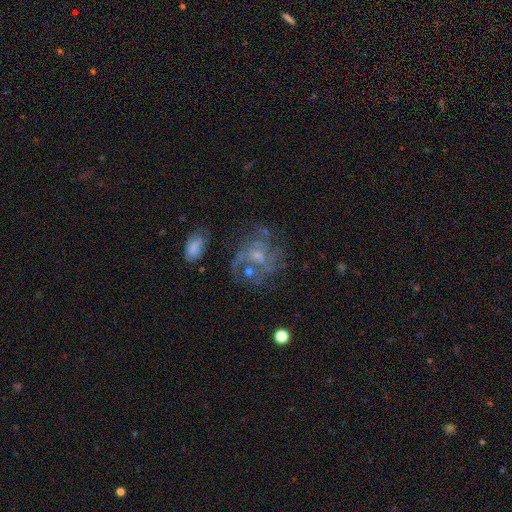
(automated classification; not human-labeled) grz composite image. It shows a featured or disk galaxy (69%) with no bar (65%), spiral arms (68%) and a small central bulge (43%). Merging: none (54%).